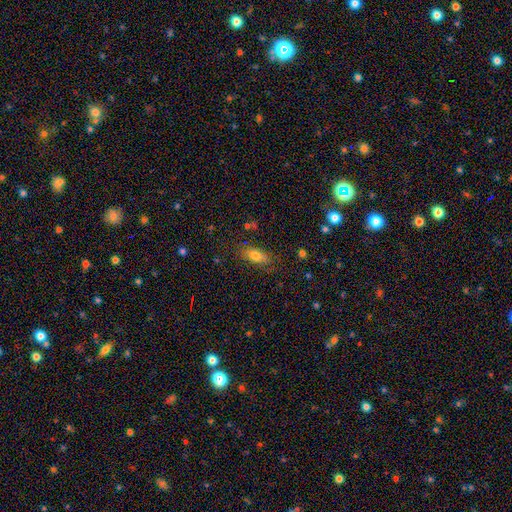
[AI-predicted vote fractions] This is likely a smooth galaxy (78%). How rounded: clearly in between (81%). Merging: likely none (78%).